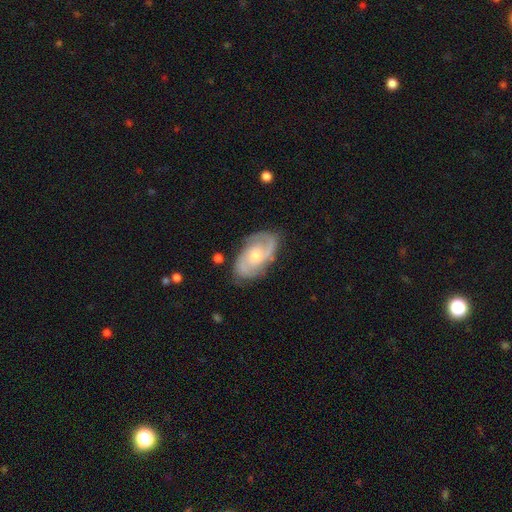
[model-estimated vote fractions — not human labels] A featured or disk galaxy (80%) with no bar (63%), 2 (73%) medium (48%) spiral arms (94%) and a moderate central bulge (50%).

Vote fractions:
- Smooth or featured? featured or disk: 80% / smooth: 15% / star or artifact: 5%
- Edge-on disk? no: 96% / yes: 4%
- Bar? no: 63% / weak: 32% / strong: 5%
- Spiral arms? yes: 94% / no: 6%
- Spiral winding? medium: 48% / tight: 37% / loose: 15%
- Spiral arm count? 2: 73% / can't tell: 12% / 3: 8% / 1: 4% / 4: 2% / more than 4: 2%
- Bulge size? moderate: 50% / small: 43% / large: 3% / none: 3% / dominant: 1%
- Merging? none: 74% / minor disturbance: 18% / major disturbance: 6% / merger: 2%